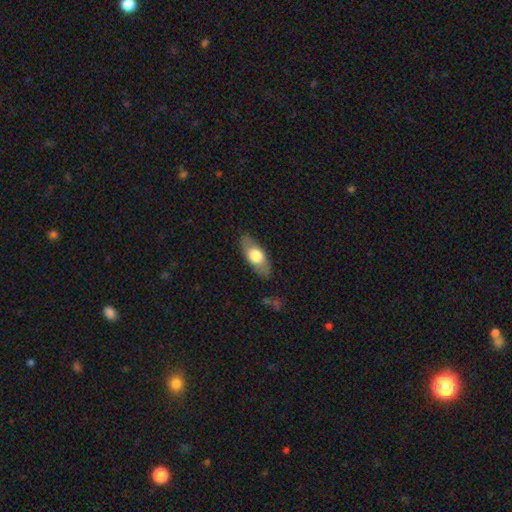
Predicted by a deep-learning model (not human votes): This appears to be a smooth galaxy with no disk features (63%) that is in between round and cigar-shaped (80%). Merging: none (83%).